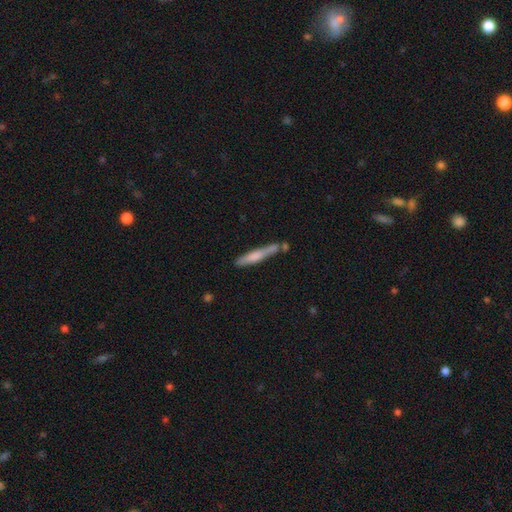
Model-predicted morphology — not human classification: Smooth or featured? Predicted: smooth (p=0.59). How rounded? Predicted: cigar-shaped (p=0.94). Merging? Predicted: none (p=0.69).